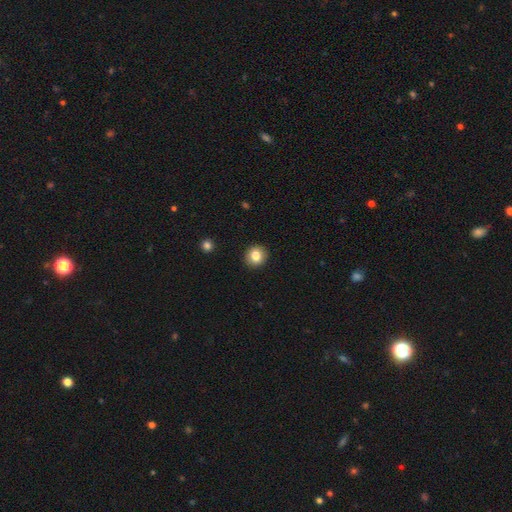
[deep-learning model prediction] smooth 83%, star or artifact 10%, featured or disk 8%. Down the decision tree: how rounded — round (86%); merging — none (92%).